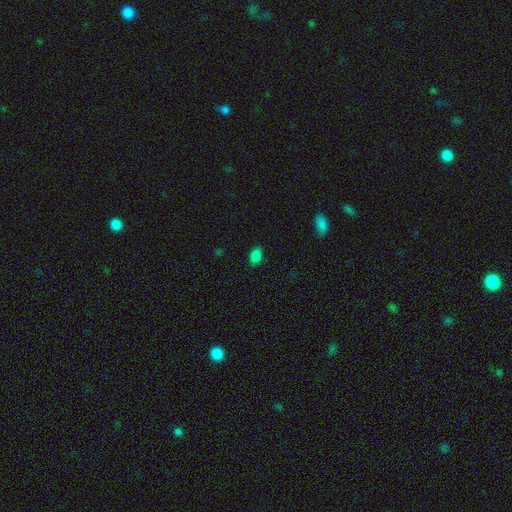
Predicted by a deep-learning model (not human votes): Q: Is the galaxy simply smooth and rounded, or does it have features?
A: smooth — 84%.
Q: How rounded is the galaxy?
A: in between — 87%.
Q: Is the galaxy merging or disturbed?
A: none — 87%.